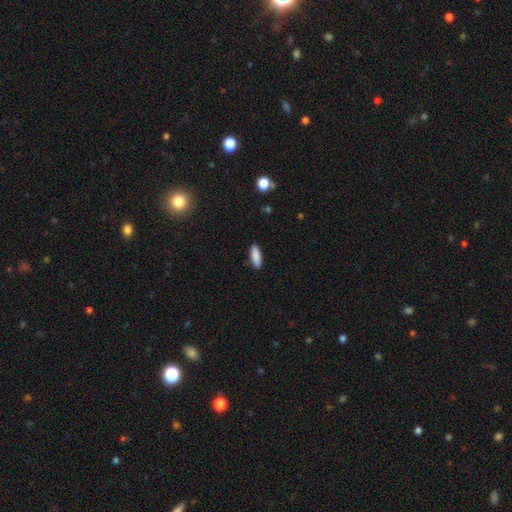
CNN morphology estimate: Smooth or featured? smooth (88%)
How rounded? in between (62%)
Merging? none (88%)